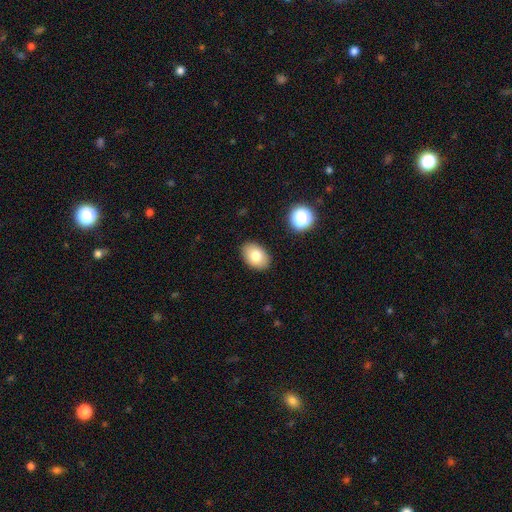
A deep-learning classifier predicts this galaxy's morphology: smooth_or_featured: smooth (p=0.80) [alt: featured or disk p=0.11]
how_rounded: in between (p=0.86) [alt: round p=0.13]
merging: none (p=0.88) [alt: minor disturbance p=0.08]